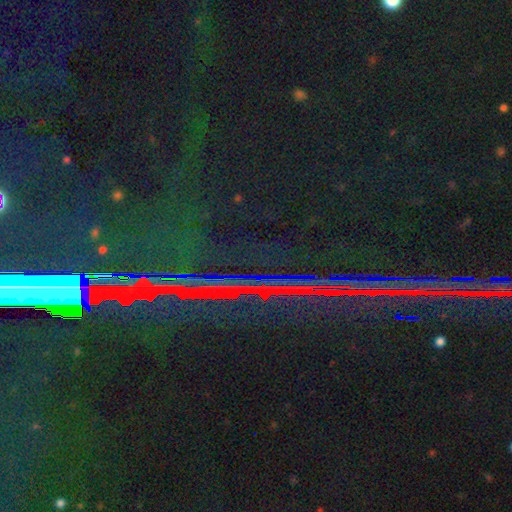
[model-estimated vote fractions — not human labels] Q: Smooth or featured?
A: star or artifact (88%); runner-up: featured or disk (6%)